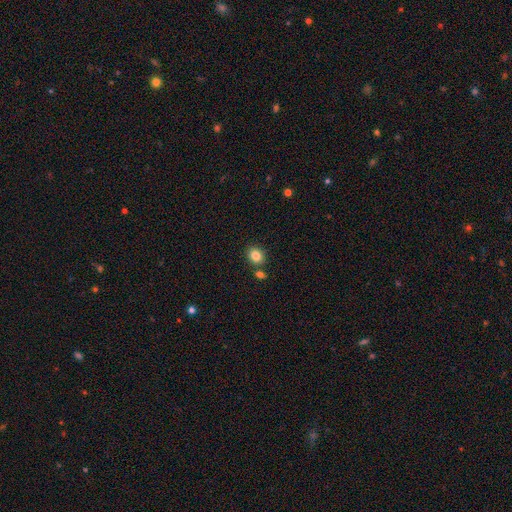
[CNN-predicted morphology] The model was most divided on "how rounded": round: 66%, in between: 33%, cigar-shaped: 1%. More confident: smooth or featured — smooth (84%); merging — none (79%).